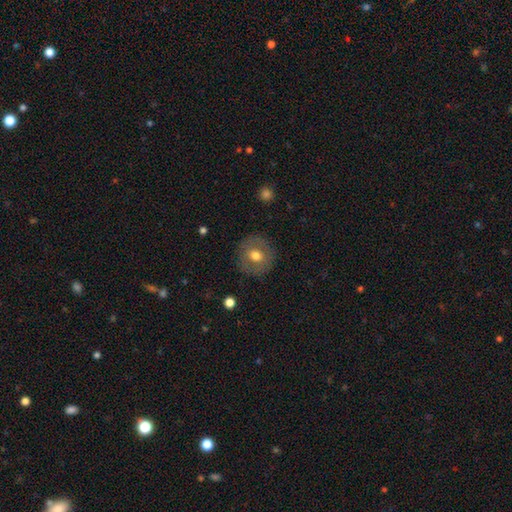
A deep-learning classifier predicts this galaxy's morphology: A smooth galaxy with no disk features (63%) that is round (90%).

Vote fractions:
- Smooth or featured? smooth: 63% / featured or disk: 29% / star or artifact: 8%
- How rounded? round: 90% / in between: 9% / cigar-shaped: 1%
- Merging? none: 87% / minor disturbance: 8% / major disturbance: 3% / merger: 1%